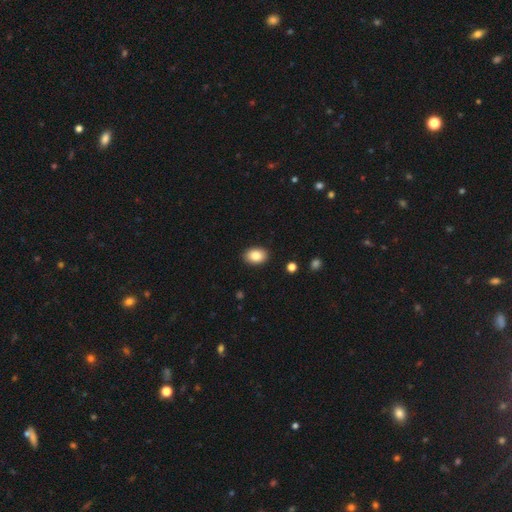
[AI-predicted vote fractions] A smooth galaxy with no disk features (86%) that is in between round and cigar-shaped (79%).

Vote fractions:
- Smooth or featured? smooth: 86% / star or artifact: 8% / featured or disk: 6%
- How rounded? in between: 79% / round: 20% / cigar-shaped: 1%
- Merging? none: 89% / minor disturbance: 8% / major disturbance: 2% / merger: 1%